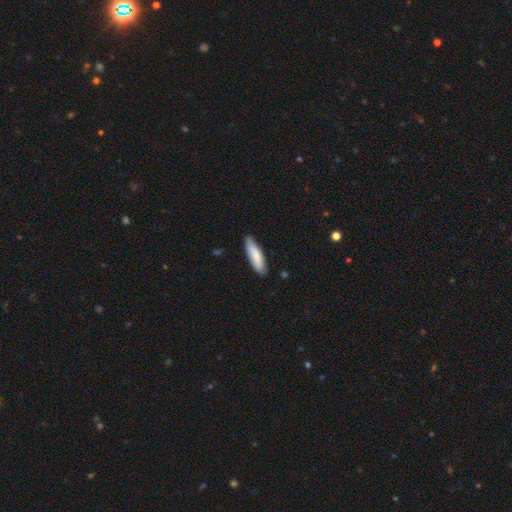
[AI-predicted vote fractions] This appears to be a smooth galaxy with no disk features (82%) that is cigar-shaped (62%). Merging: none (81%).